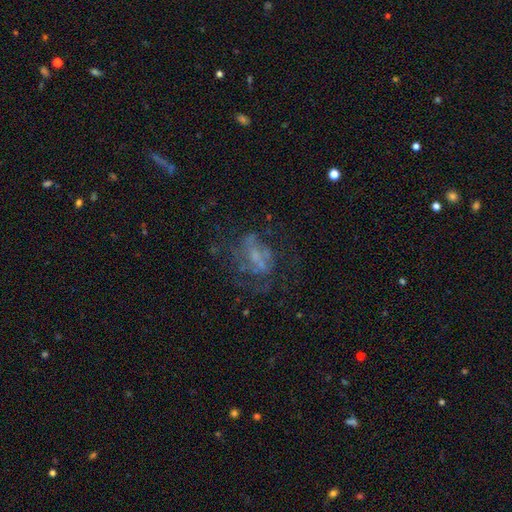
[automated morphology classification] featured or disk 62%, smooth 21%, star or artifact 17%. Down the decision tree: edge-on disk — no (97%); bar — no (70%); spiral arms — no (59%); bulge size — none (43%); merging — none (47%).